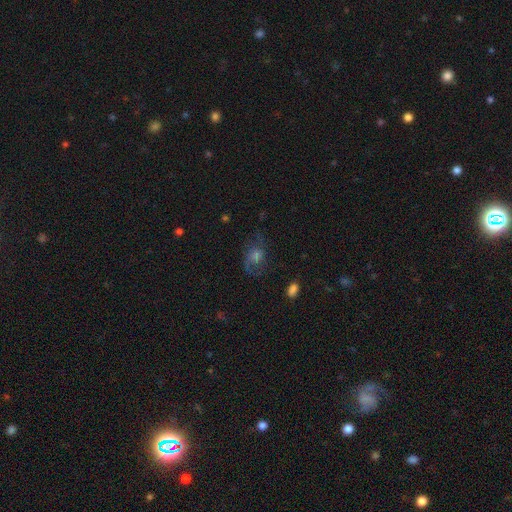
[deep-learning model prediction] Smooth or featured?
  - featured or disk: 50% *
  - smooth: 31%
  - star or artifact: 19%
Merging?
  - none: 59% *
  - minor disturbance: 21%
  - major disturbance: 18%
  - merger: 2%